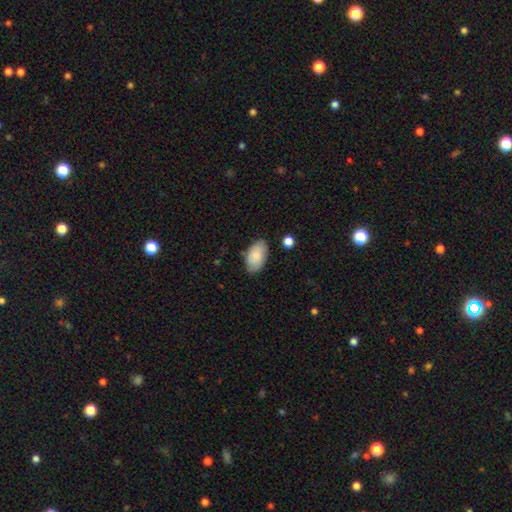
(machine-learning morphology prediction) Smooth or featured: smooth — 85% (featured or disk — 9%)
How rounded: in between — 94% (round — 4%)
Merging: none — 79% (minor disturbance — 16%)